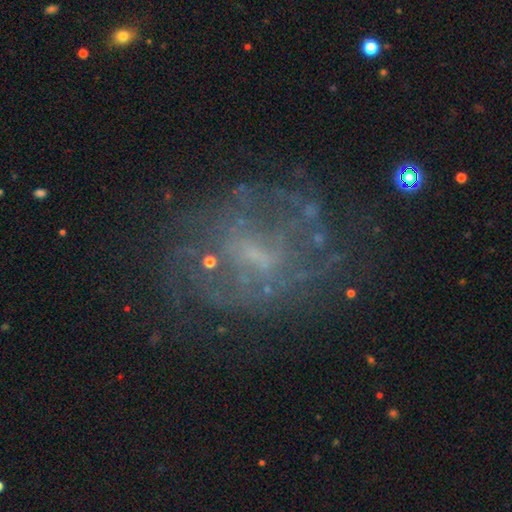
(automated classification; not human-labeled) This is likely a featured or disk galaxy (69%). It is clearly not viewed edge-on (97%). Bar: marginally weak (45%, tied with no). Spiral arm pattern: possibly yes (52%). Central bulge: possibly small (47%). Merging: possibly none (60%).